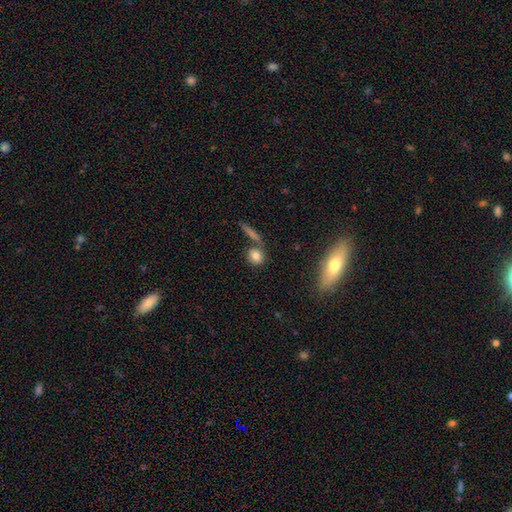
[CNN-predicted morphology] smooth-or-featured: smooth: 79% | star or artifact: 11% | featured or disk: 11%
  how-rounded: round: 78% | in between: 17% | cigar-shaped: 4%
  merging: none: 70% | merger: 15% | minor disturbance: 10% | major disturbance: 4%